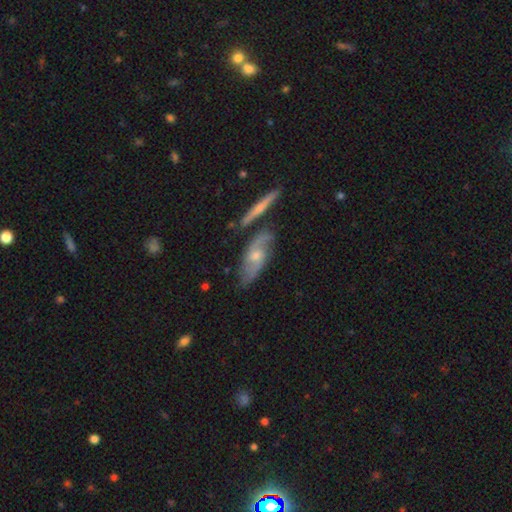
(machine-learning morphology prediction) featured or disk 74%, smooth 19%, star or artifact 7%. Down the decision tree: edge-on disk — no (75%); bar — no (62%); spiral arms — yes (88%); bulge size — moderate (49%); merging — none (63%).